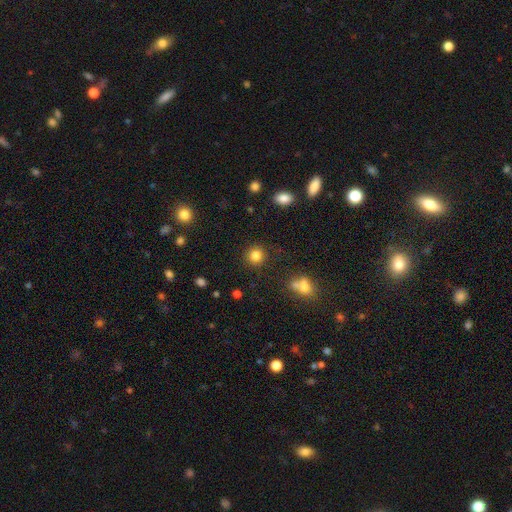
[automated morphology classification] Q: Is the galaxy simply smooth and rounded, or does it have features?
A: smooth — 83%.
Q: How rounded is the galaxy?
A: round — 90%.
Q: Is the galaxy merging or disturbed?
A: none — 86%.